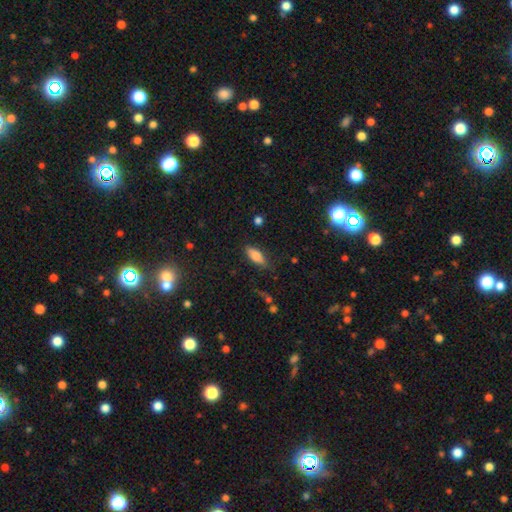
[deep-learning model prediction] Overall: smooth (78%). How rounded: in between (72%). Merging: none (75%).